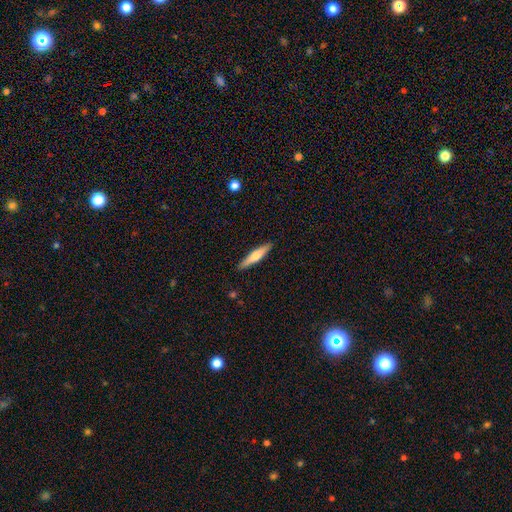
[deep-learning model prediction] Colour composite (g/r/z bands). It shows a smooth galaxy with no disk features (54%) that is cigar-shaped (89%). Merging: none (90%).